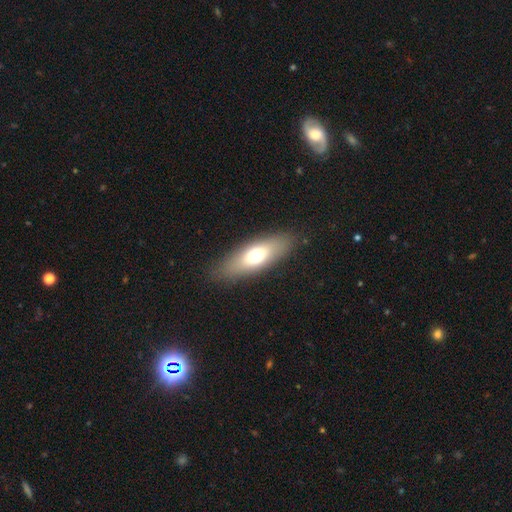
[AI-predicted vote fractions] smooth_or_featured: smooth (p=0.66) [alt: featured or disk p=0.26]
how_rounded: in between (p=0.65) [alt: cigar-shaped p=0.31]
merging: none (p=0.86) [alt: minor disturbance p=0.09]